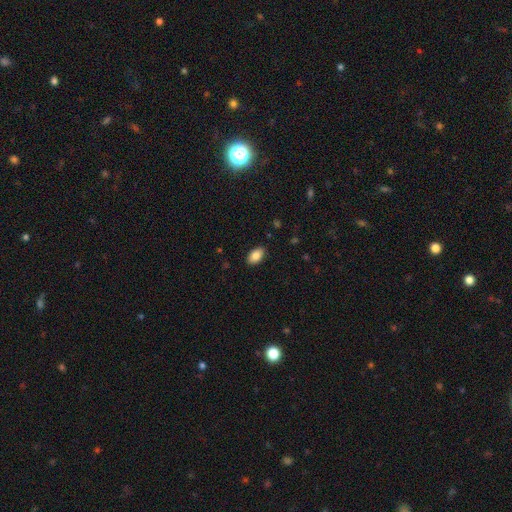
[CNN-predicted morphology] A smooth galaxy with no disk features (86%) that is in between round and cigar-shaped (92%).

Vote fractions:
- Smooth or featured? smooth: 86% / star or artifact: 7% / featured or disk: 7%
- How rounded? in between: 92% / round: 7% / cigar-shaped: 1%
- Merging? none: 88% / minor disturbance: 9% / major disturbance: 2% / merger: 1%